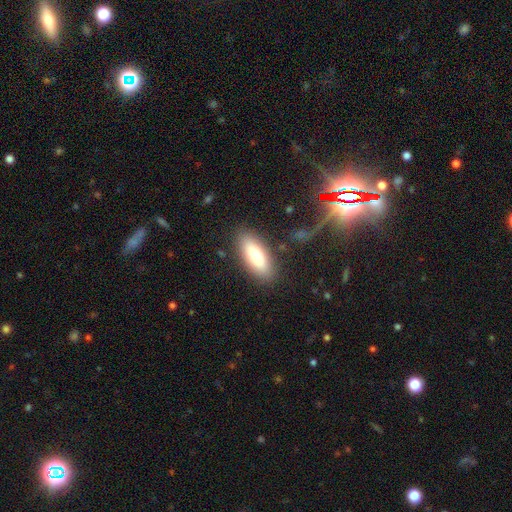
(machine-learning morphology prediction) This is clearly a smooth galaxy (80%). How rounded: likely in between (75%). Merging: clearly none (84%).